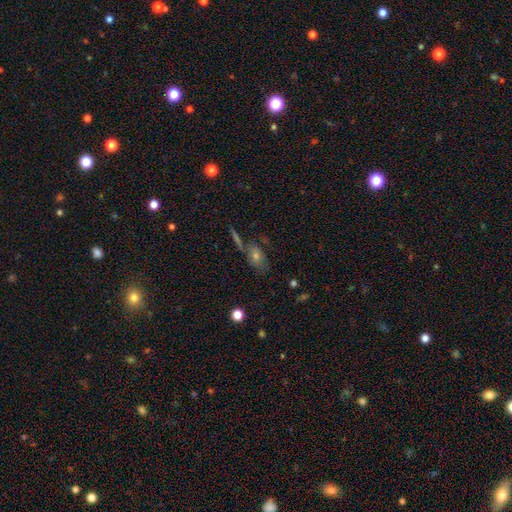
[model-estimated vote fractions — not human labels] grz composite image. It shows a smooth galaxy with no disk features (38%). Merging: none (55%).